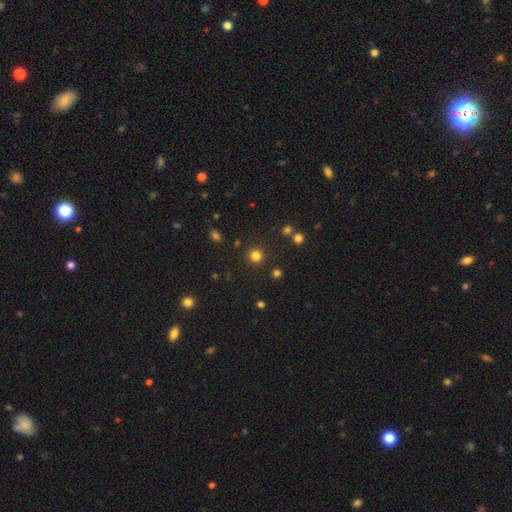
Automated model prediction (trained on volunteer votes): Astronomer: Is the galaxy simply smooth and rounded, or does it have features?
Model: smooth — 80%.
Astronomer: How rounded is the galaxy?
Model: round — 94%.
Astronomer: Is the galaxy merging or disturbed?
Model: none — 90%.